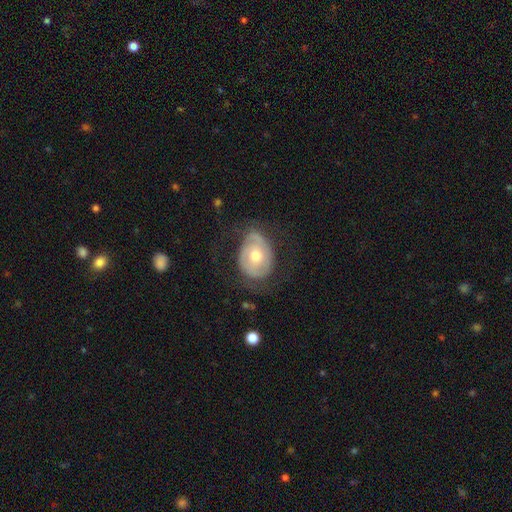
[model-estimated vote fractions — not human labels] A featured or disk galaxy (60%) with no bar (73%), spiral arms (61%) and a moderate central bulge (74%). Merging: none (57%).